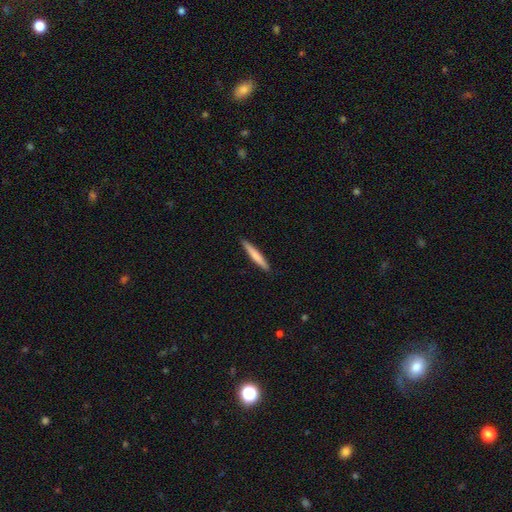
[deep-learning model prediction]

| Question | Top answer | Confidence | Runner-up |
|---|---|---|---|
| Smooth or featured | smooth | 73% | featured or disk (22%) |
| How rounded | cigar-shaped | 95% | in between (4%) |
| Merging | none | 91% | minor disturbance (7%) |